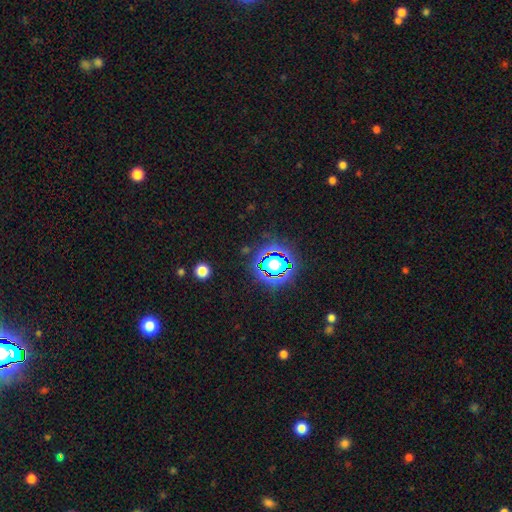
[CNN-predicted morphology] Smooth or featured? star or artifact (81%)